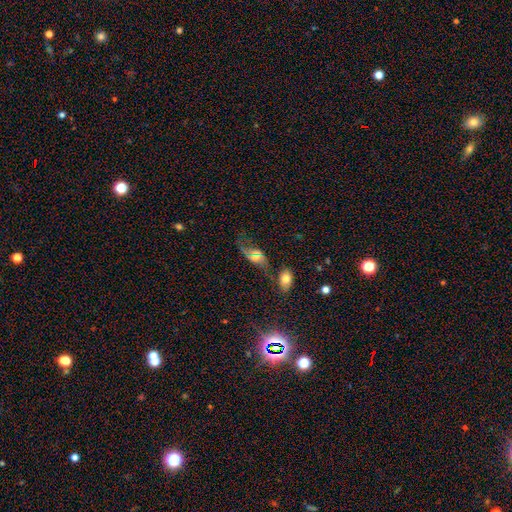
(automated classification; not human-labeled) Smooth or featured? Predicted: featured or disk (p=0.53). Edge-on disk? Predicted: no (p=0.88). Merging? Predicted: none (p=0.41).